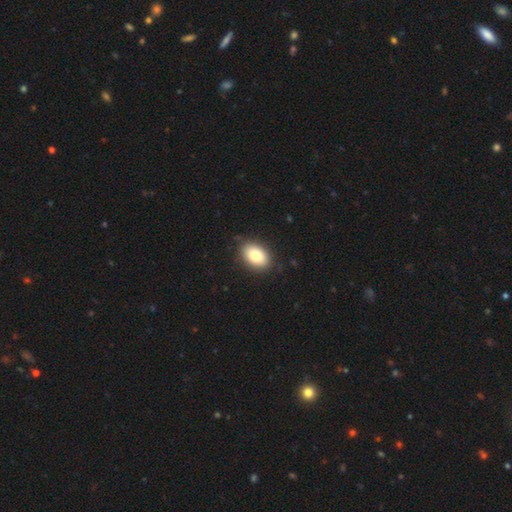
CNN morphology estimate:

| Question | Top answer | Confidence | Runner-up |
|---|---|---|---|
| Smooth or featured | smooth | 82% | featured or disk (11%) |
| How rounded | in between | 85% | round (14%) |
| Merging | none | 86% | minor disturbance (11%) |